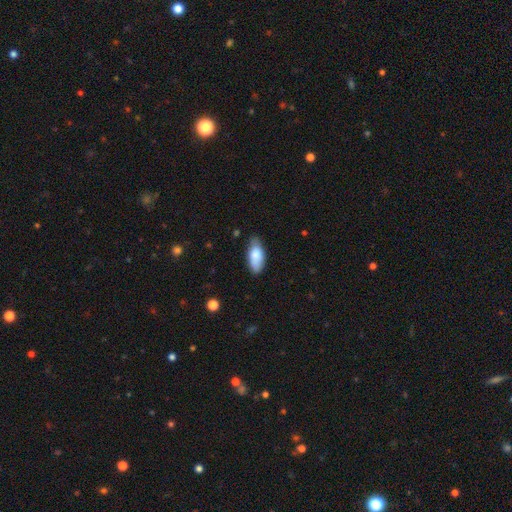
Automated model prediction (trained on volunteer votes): Q: Smooth or featured?
A: smooth (78%); runner-up: featured or disk (15%)
Q: How rounded?
A: in between (88%); runner-up: cigar-shaped (10%)
Q: Merging?
A: none (71%); runner-up: minor disturbance (23%)